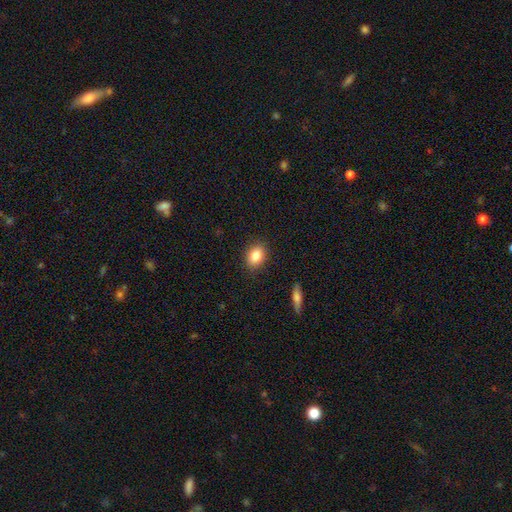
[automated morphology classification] smooth_or_featured: smooth (p=0.84) [alt: star or artifact p=0.09]
how_rounded: in between (p=0.68) [alt: round p=0.31]
merging: none (p=0.88) [alt: minor disturbance p=0.09]